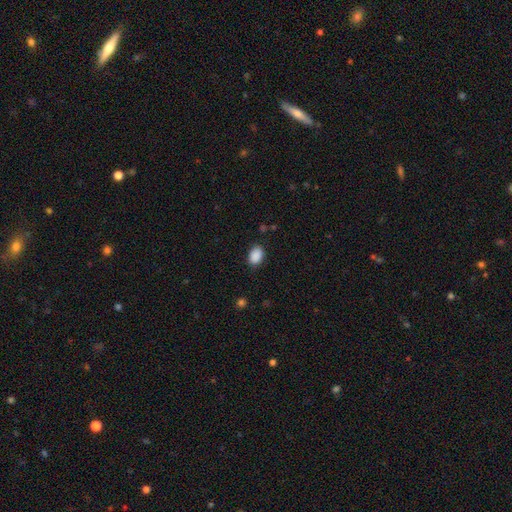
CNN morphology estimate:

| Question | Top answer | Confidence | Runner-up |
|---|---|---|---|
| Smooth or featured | smooth | 90% | star or artifact (8%) |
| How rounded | in between | 82% | round (16%) |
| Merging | none | 85% | minor disturbance (11%) |